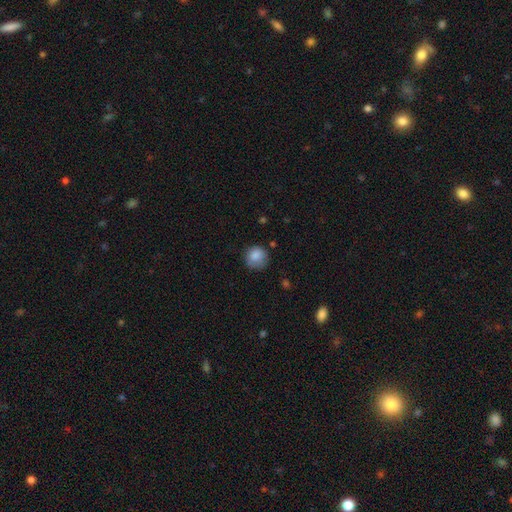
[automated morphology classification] A smooth galaxy with no disk features (84%) that is round (89%). Merging: none (70%).